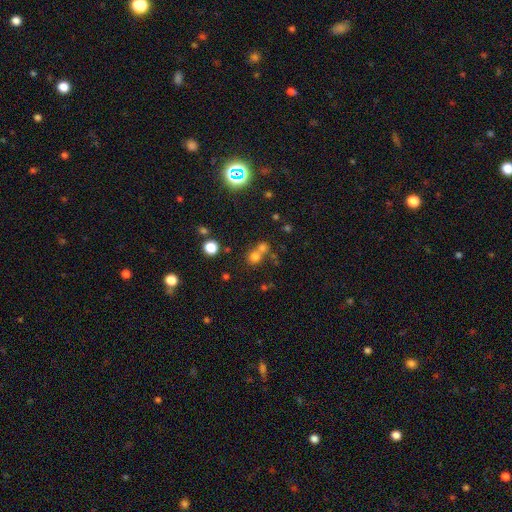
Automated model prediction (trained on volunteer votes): Smooth or featured? Predicted: smooth (p=0.59). How rounded? Predicted: round (p=0.85). Merging? Predicted: none (p=0.49).